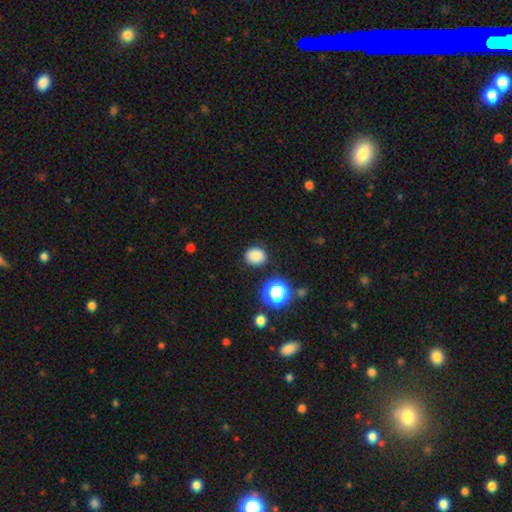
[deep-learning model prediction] This appears to be a smooth galaxy with no disk features (84%) that is round (61%). Merging: none (86%).